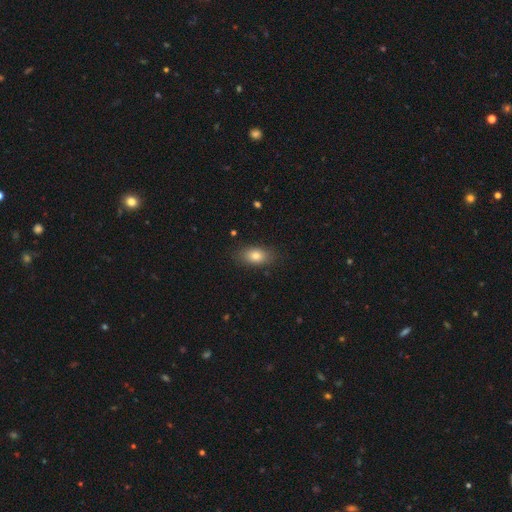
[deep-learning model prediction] A smooth galaxy with no disk features (81%) that is in between round and cigar-shaped (87%). Merging: none (85%).